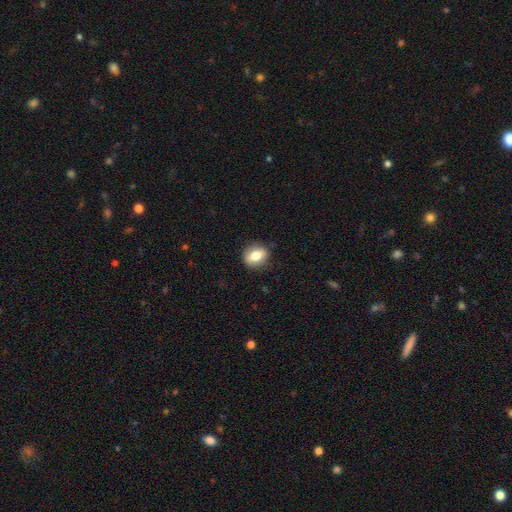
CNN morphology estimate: Smooth or featured? smooth (72%)
How rounded? in between (50%)
Merging? none (85%)